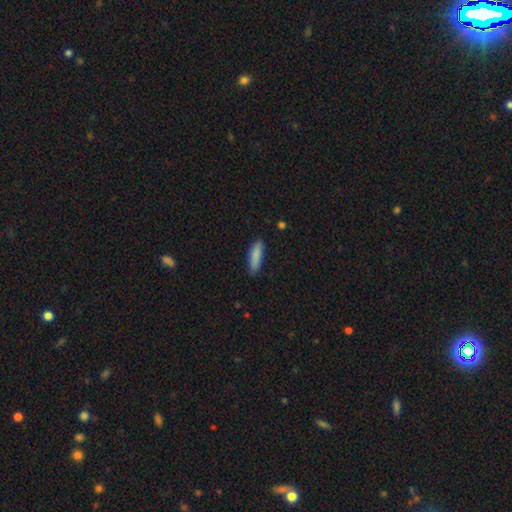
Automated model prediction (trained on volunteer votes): A smooth galaxy with no disk features (87%) that is cigar-shaped (52%).

Vote fractions:
- Smooth or featured? smooth: 87% / featured or disk: 7% / star or artifact: 6%
- How rounded? cigar-shaped: 52% / in between: 47% / round: 2%
- Merging? none: 83% / minor disturbance: 13% / major disturbance: 2% / merger: 1%